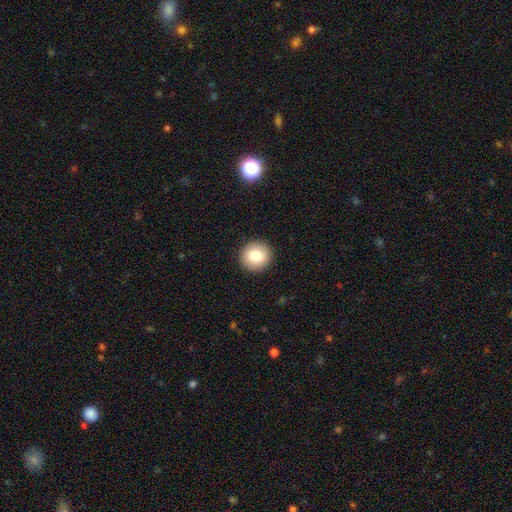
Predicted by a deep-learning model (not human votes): This is likely a smooth galaxy (80%). How rounded: clearly round (93%). Merging: clearly none (92%).